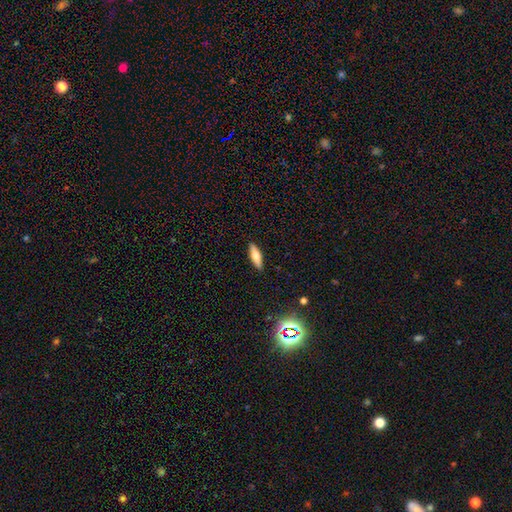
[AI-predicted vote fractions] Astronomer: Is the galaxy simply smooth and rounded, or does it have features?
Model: smooth — 63%.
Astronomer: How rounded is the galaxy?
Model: cigar-shaped — 52% (runner-up: in between, 45%).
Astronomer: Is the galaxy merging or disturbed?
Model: none — 89%.